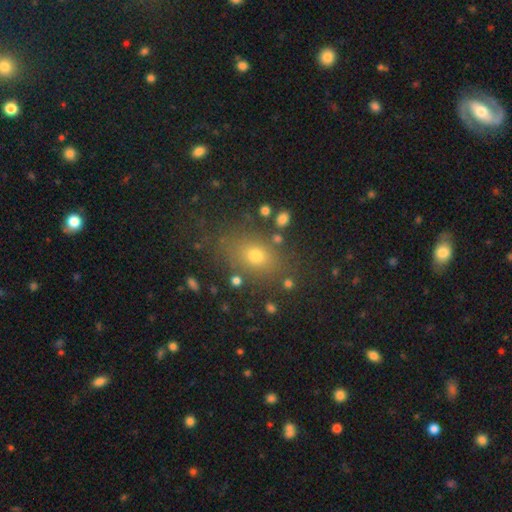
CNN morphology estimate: smooth_or_featured: smooth (p=0.70) [alt: star or artifact p=0.17]
how_rounded: in between (p=0.66) [alt: round p=0.32]
merging: none (p=0.78) [alt: minor disturbance p=0.13]